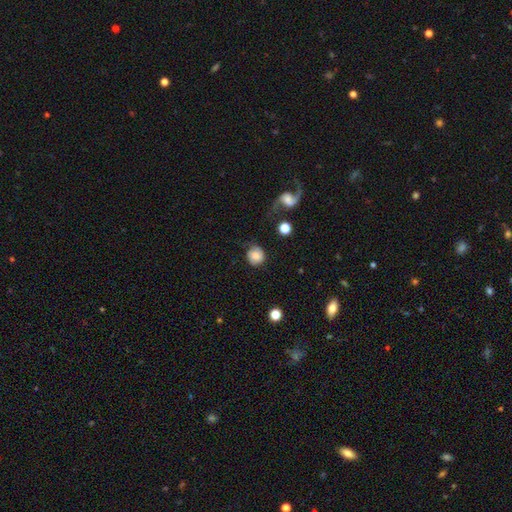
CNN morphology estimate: A smooth galaxy with no disk features (67%) that is round (82%). Merging: none (67%).